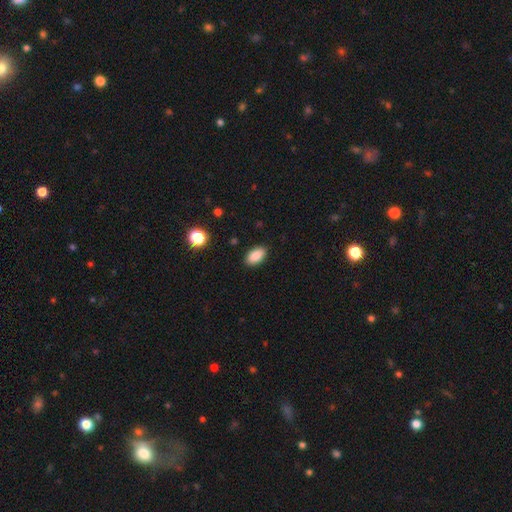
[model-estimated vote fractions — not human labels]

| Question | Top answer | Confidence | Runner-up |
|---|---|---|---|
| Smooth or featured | smooth | 87% | star or artifact (8%) |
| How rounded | in between | 92% | round (5%) |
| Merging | none | 89% | minor disturbance (8%) |